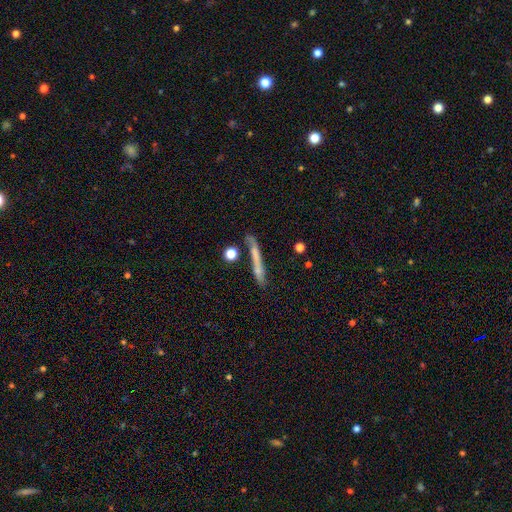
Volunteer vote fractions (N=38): Smooth or featured? 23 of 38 (61%) said smooth. How rounded? 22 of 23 (96%) said cigar-shaped. Merging? 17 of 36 (47%) said none.